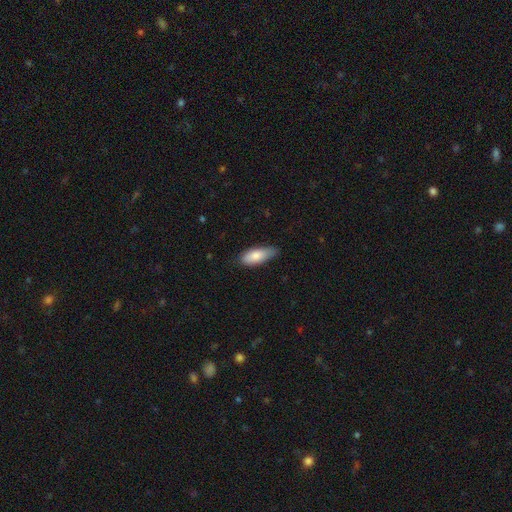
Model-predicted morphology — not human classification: Smooth or featured? smooth (81%)
How rounded? in between (76%)
Merging? none (70%)